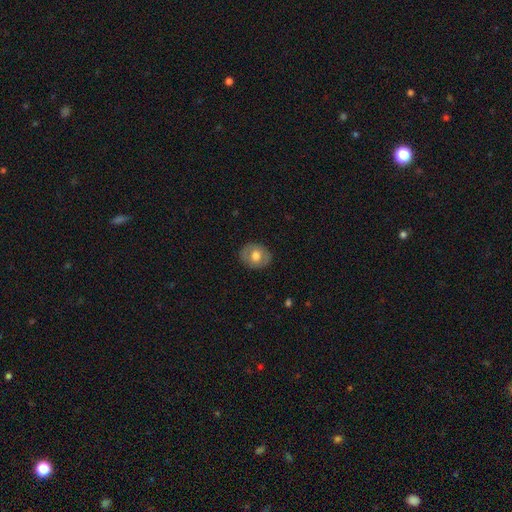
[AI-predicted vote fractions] smooth_or_featured: smooth (p=0.65) [alt: featured or disk p=0.28]
how_rounded: round (p=0.59) [alt: in between p=0.40]
merging: none (p=0.86) [alt: minor disturbance p=0.11]